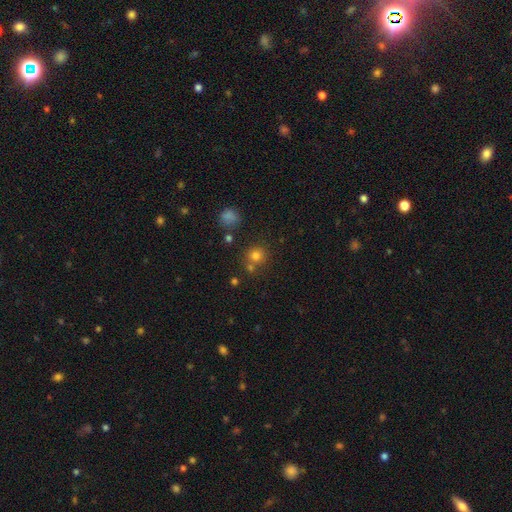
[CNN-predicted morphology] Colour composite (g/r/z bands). It shows a smooth galaxy with no disk features (76%) that is round (88%). Merging: none (67%).